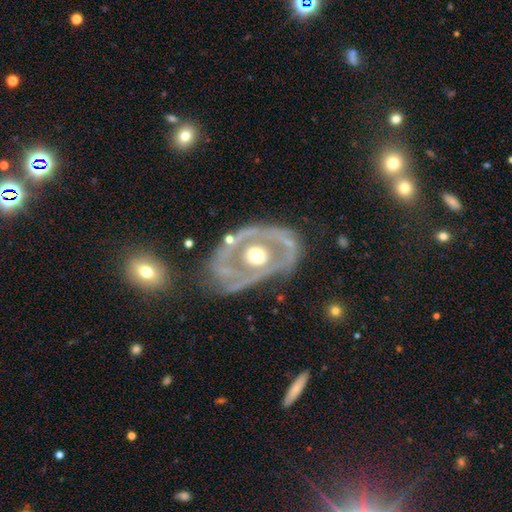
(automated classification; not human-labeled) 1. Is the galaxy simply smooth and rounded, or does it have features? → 81% featured or disk, 14% smooth, 5% star or artifact.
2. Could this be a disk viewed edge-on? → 94% no, 6% yes.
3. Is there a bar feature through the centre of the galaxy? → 82% no, 12% weak, 6% strong.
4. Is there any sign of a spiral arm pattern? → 50% no (tied), 50% yes (tied).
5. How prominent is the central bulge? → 73% moderate, 16% large, 8% small, 2% dominant, 1% none.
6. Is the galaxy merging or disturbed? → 57% none, 22% minor disturbance, 16% major disturbance, 4% merger.